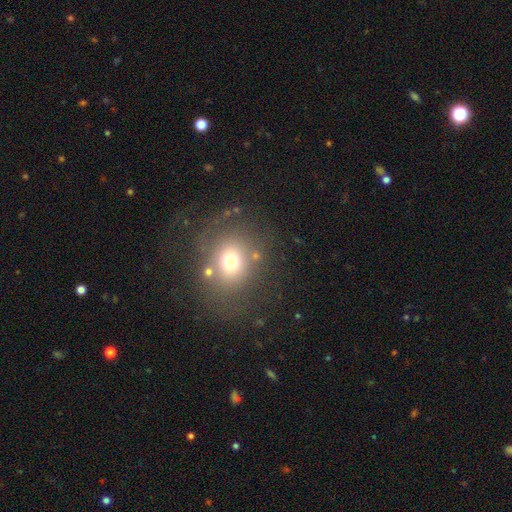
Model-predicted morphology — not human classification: A smooth galaxy with no disk features (67%) that is round (69%). Merging: none (71%).